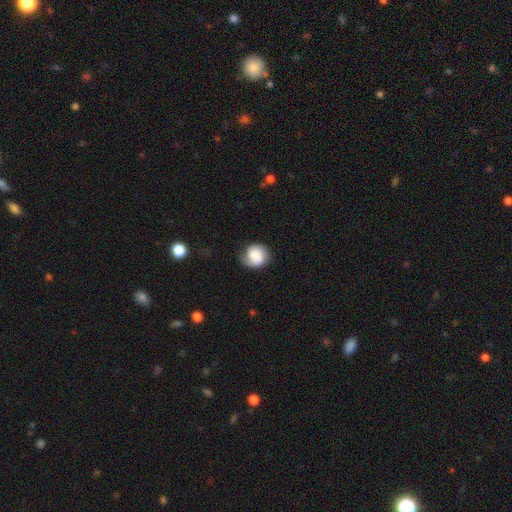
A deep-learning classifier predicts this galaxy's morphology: Smooth or featured? Predicted: smooth (p=0.62). How rounded? Predicted: round (p=0.80). Merging? Predicted: none (p=0.59).